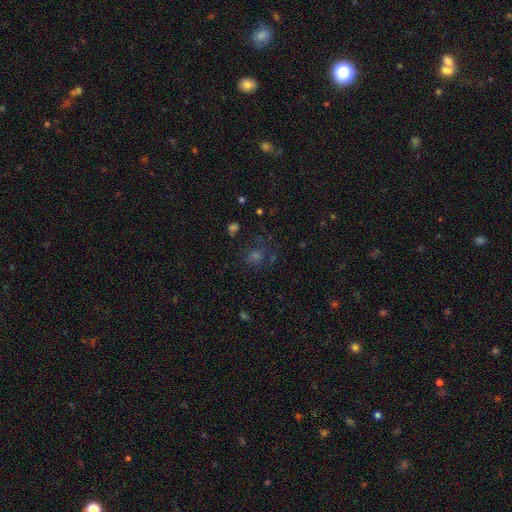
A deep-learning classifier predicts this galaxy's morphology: A star or artifact, not a galaxy (44%).

Vote fractions:
- Smooth or featured? star or artifact: 44% / smooth: 40% / featured or disk: 15%